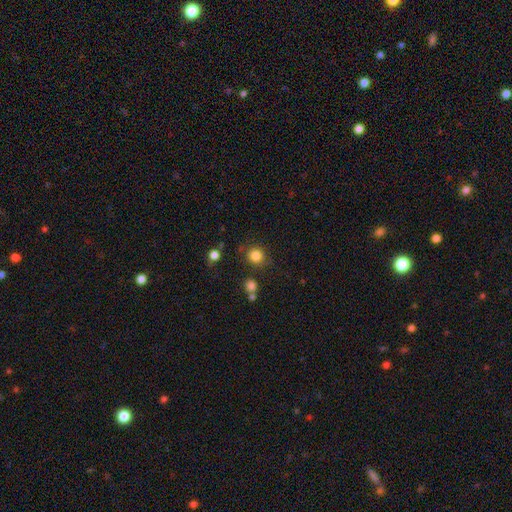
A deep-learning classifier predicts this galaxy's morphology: This is clearly a smooth galaxy (83%). How rounded: clearly round (89%). Merging: clearly none (84%).